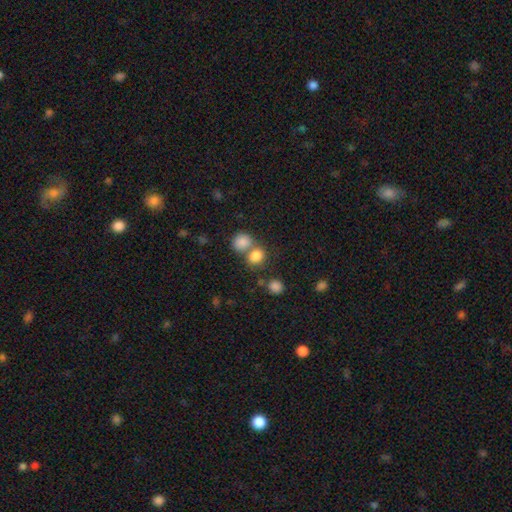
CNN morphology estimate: smooth 82%, star or artifact 11%, featured or disk 7%. Down the decision tree: how rounded — round (63%); merging — none (46%).